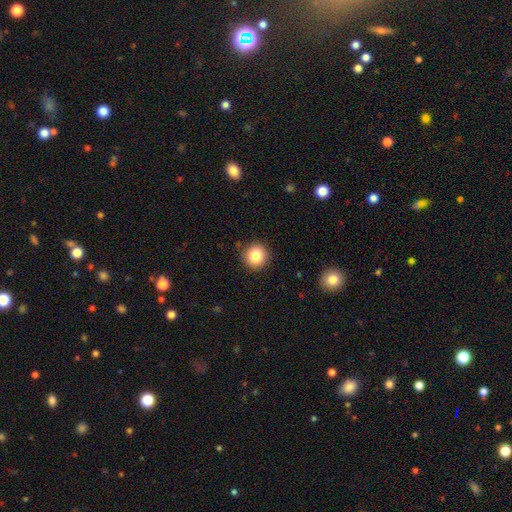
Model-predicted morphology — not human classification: Smooth or featured? smooth (85%)
How rounded? round (93%)
Merging? none (90%)